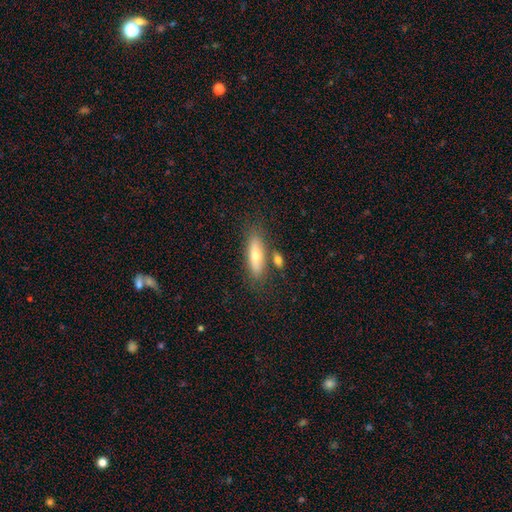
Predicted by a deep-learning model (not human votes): The model was most divided on "how rounded": cigar-shaped: 55%, in between: 42%, round: 3%. More confident: merging — none (74%); smooth or featured — smooth (62%).